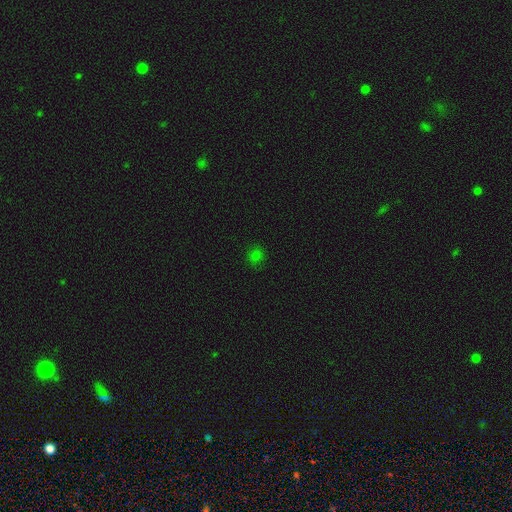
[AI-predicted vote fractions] This appears to be a smooth galaxy with no disk features (74%) that is round (83%). Merging: none (87%).